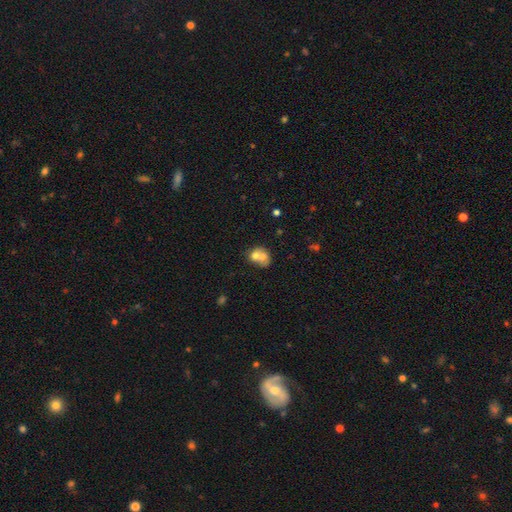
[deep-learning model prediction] This is likely a smooth galaxy (64%). How rounded: possibly round (57%). Merging: likely merger (66%).